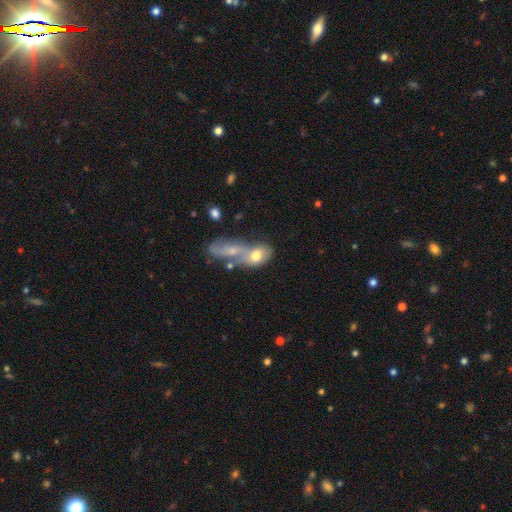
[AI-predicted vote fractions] Overall: smooth (66%; featured or disk 27%). How rounded: in between (79%). Merging: merger (65%).